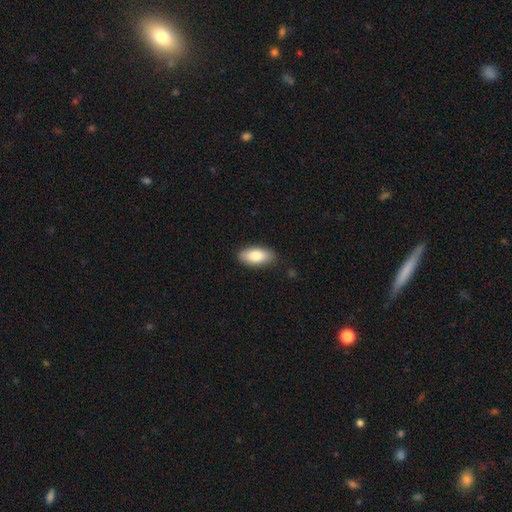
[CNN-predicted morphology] Smooth or featured? Predicted: smooth (p=0.82). How rounded? Predicted: in between (p=0.90). Merging? Predicted: none (p=0.87).